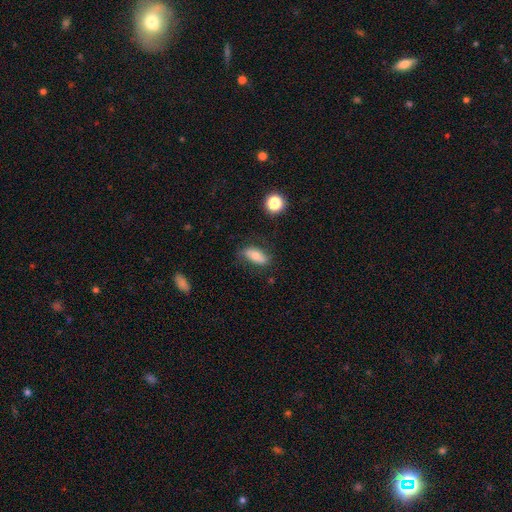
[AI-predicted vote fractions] Q: Smooth or featured?
A: smooth (68%); runner-up: featured or disk (24%)
Q: How rounded?
A: in between (83%); runner-up: cigar-shaped (13%)
Q: Merging?
A: none (73%); runner-up: minor disturbance (19%)